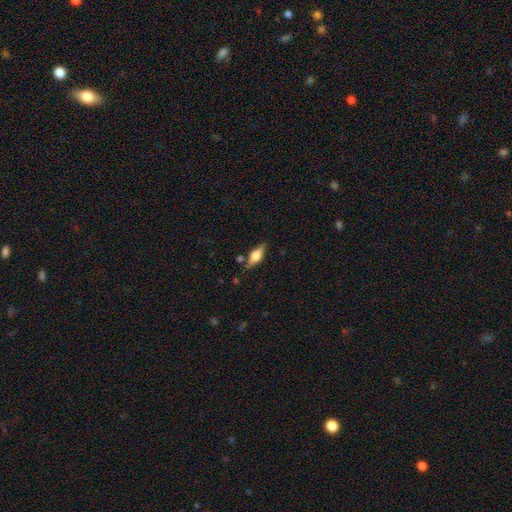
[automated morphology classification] The model was most divided on "smooth or featured": featured or disk: 52%, smooth: 41%, star or artifact: 8%. More confident: edge-on disk — yes (92%); merging — none (76%).